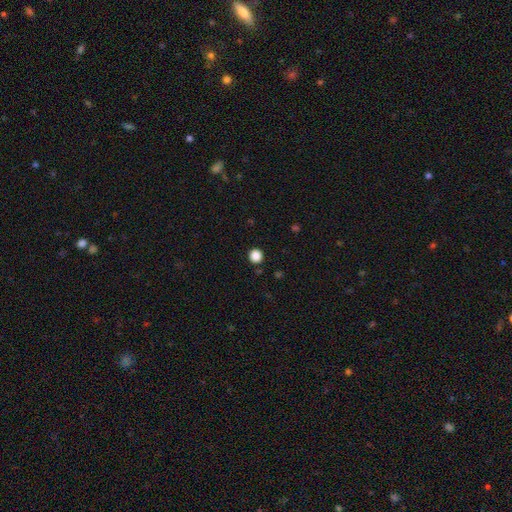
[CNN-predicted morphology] Smooth or featured? smooth (86%)
How rounded? round (94%)
Merging? none (92%)